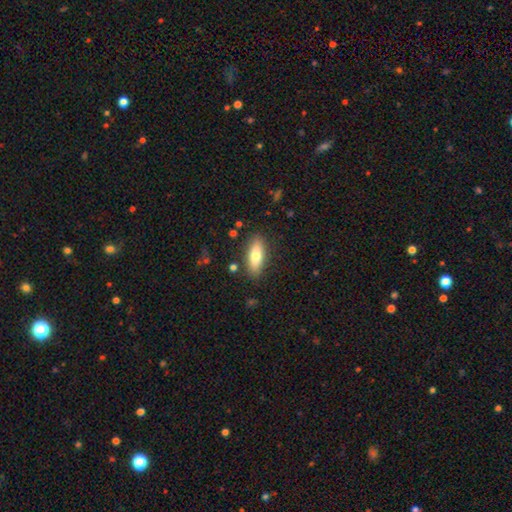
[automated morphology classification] Q: Smooth or featured?
A: smooth (74%); runner-up: featured or disk (19%)
Q: How rounded?
A: in between (66%); runner-up: cigar-shaped (31%)
Q: Merging?
A: none (85%); runner-up: minor disturbance (10%)